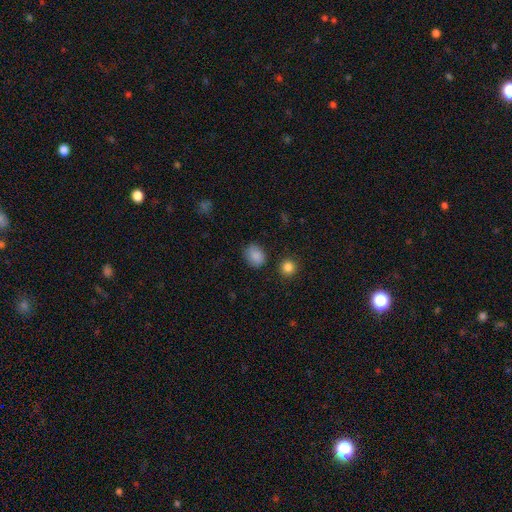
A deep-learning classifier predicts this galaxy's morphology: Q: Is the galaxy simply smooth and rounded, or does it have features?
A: smooth — 86%.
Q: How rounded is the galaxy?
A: in between — 51%.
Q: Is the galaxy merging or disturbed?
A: none — 77%.